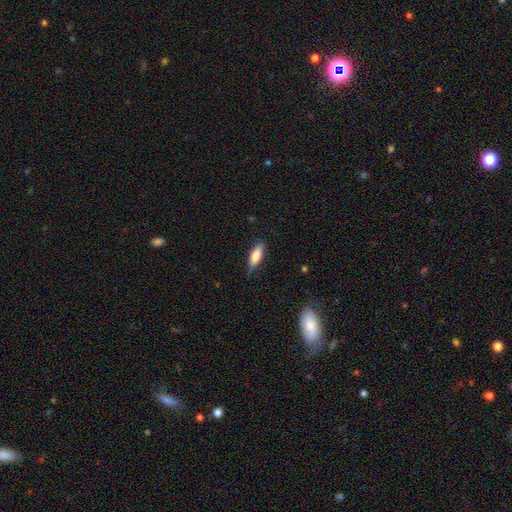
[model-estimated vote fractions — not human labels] A smooth galaxy with no disk features (79%) that is in between round and cigar-shaped (67%).

Vote fractions:
- Smooth or featured? smooth: 79% / featured or disk: 15% / star or artifact: 6%
- How rounded? in between: 67% / cigar-shaped: 31% / round: 2%
- Merging? none: 73% / minor disturbance: 22% / major disturbance: 4% / merger: 1%